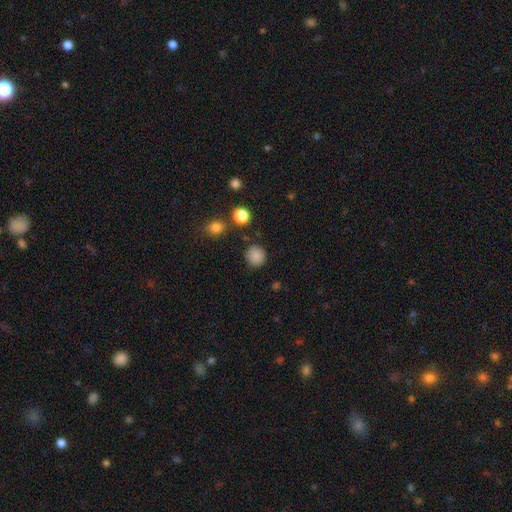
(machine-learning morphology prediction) smooth 85%, star or artifact 11%, featured or disk 4%. Down the decision tree: how rounded — round (91%); merging — none (87%).